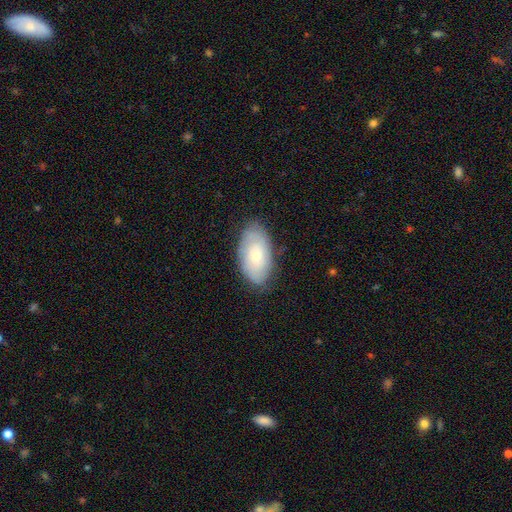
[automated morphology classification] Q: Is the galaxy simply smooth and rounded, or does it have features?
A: smooth — 52%.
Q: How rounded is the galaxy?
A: in between — 94%.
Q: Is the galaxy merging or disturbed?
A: none — 80%.